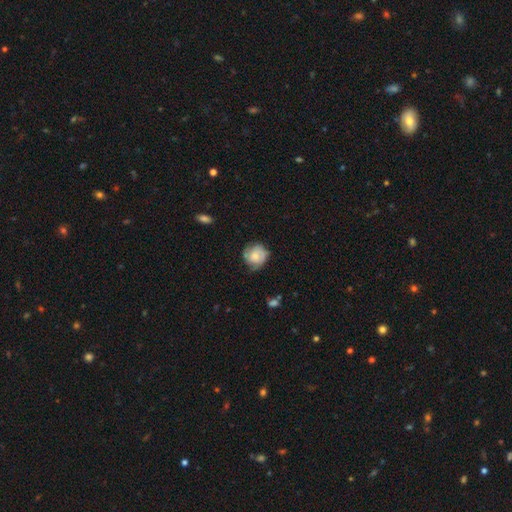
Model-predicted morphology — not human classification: This is possibly a smooth galaxy (50%). How rounded: clearly round (82%). Merging: likely none (64%).